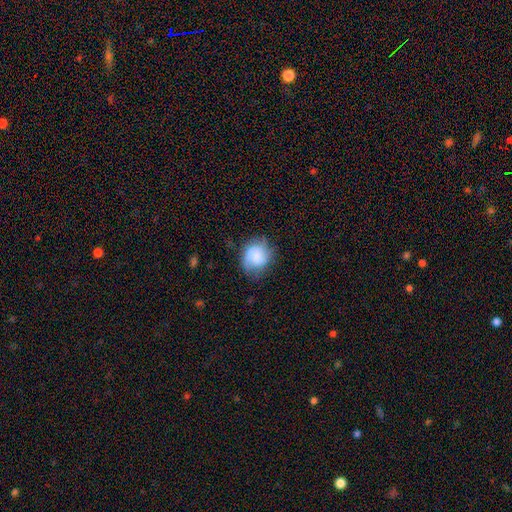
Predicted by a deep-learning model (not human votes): Smooth or featured: smooth — 53% (featured or disk — 38%)
How rounded: round — 70% (in between — 29%)
Merging: none — 63% (minor disturbance — 24%)